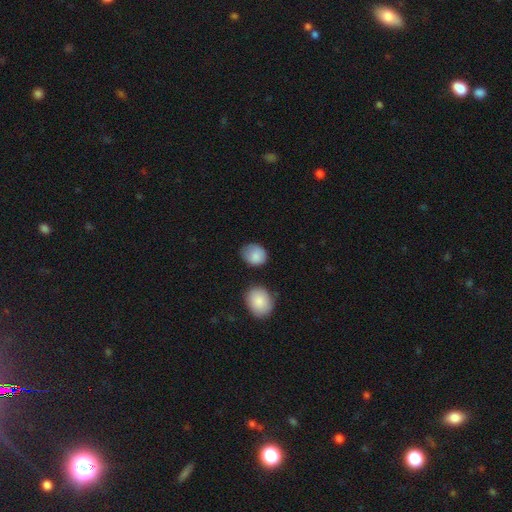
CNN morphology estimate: smooth 86%, star or artifact 7%, featured or disk 7%. Down the decision tree: how rounded — round (52%); merging — none (64%).